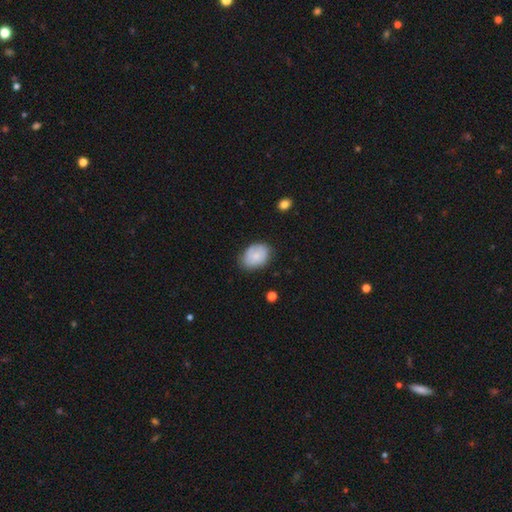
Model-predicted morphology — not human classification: Smooth or featured: smooth — 75% (featured or disk — 18%)
How rounded: in between — 77% (round — 22%)
Merging: none — 72% (minor disturbance — 22%)